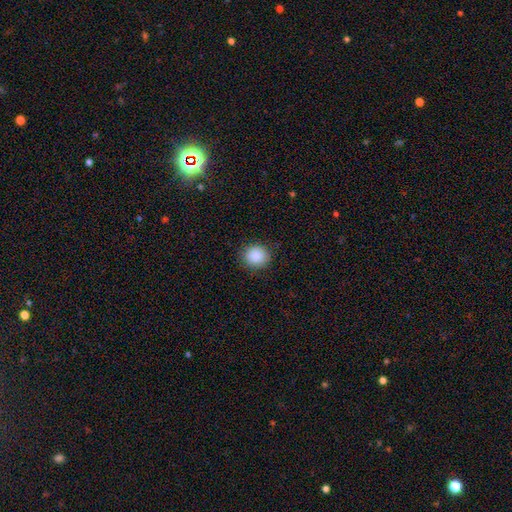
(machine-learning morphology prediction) This is clearly a smooth galaxy (89%). How rounded: clearly round (85%). Merging: clearly none (88%).